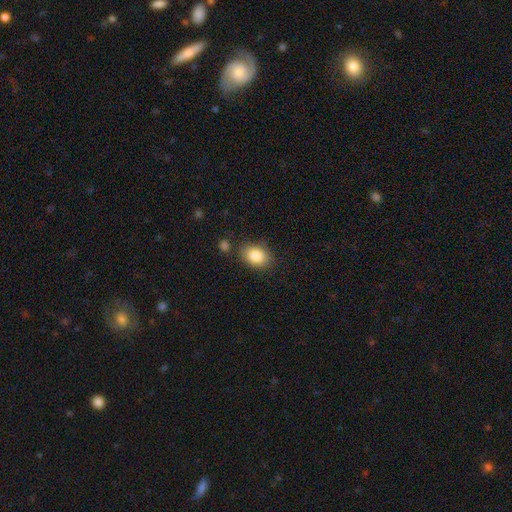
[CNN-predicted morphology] type=smooth (86%); roundness=in between (77%); merging=none (79%).